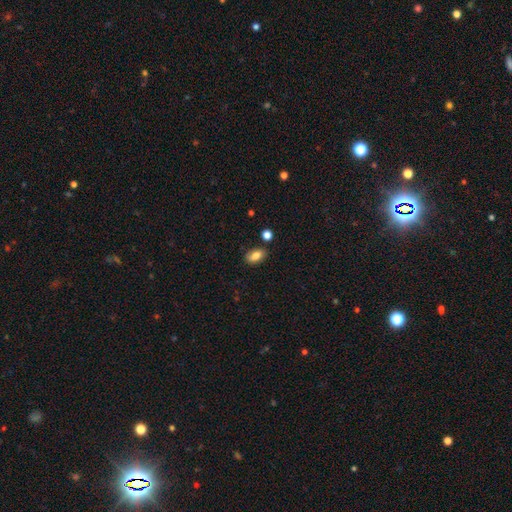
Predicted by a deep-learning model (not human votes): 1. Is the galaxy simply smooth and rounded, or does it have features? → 82% smooth, 10% featured or disk, 9% star or artifact.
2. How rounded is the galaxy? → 89% in between, 8% round, 3% cigar-shaped.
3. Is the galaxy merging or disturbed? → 77% none, 15% minor disturbance, 5% merger, 3% major disturbance.